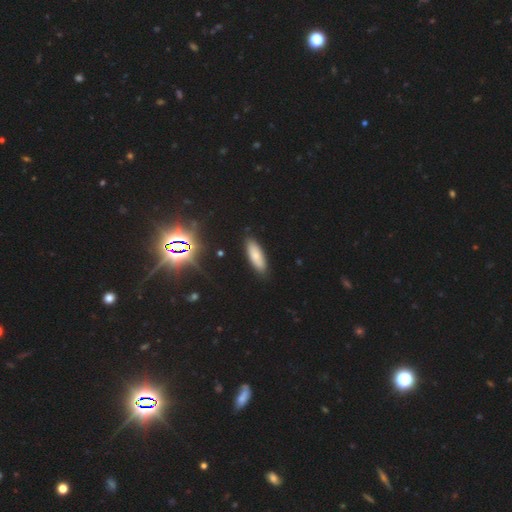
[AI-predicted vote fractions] Smooth or featured: smooth — 74% (featured or disk — 16%)
How rounded: in between — 64% (cigar-shaped — 34%)
Merging: none — 87% (minor disturbance — 9%)